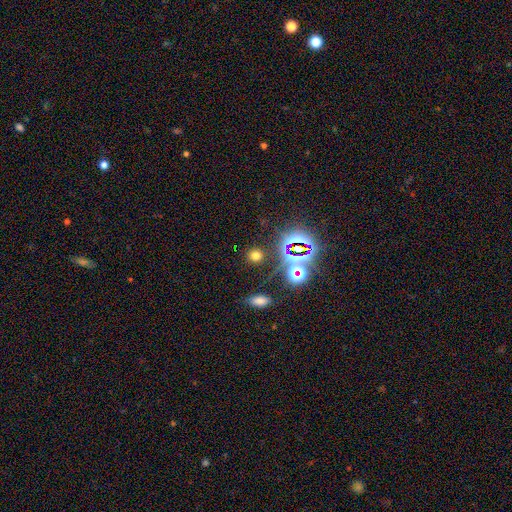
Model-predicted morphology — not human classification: Smooth or featured: smooth — 59% (star or artifact — 34%)
How rounded: round — 82% (in between — 16%)
Merging: none — 85% (minor disturbance — 7%)